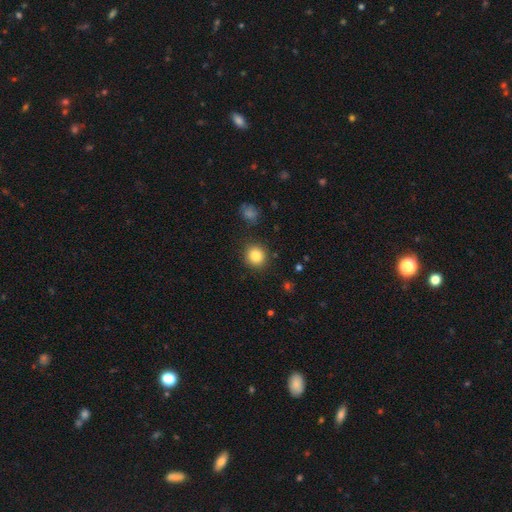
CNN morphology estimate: Q: Smooth or featured?
A: smooth (84%); runner-up: star or artifact (10%)
Q: How rounded?
A: round (89%); runner-up: in between (10%)
Q: Merging?
A: none (88%); runner-up: minor disturbance (7%)